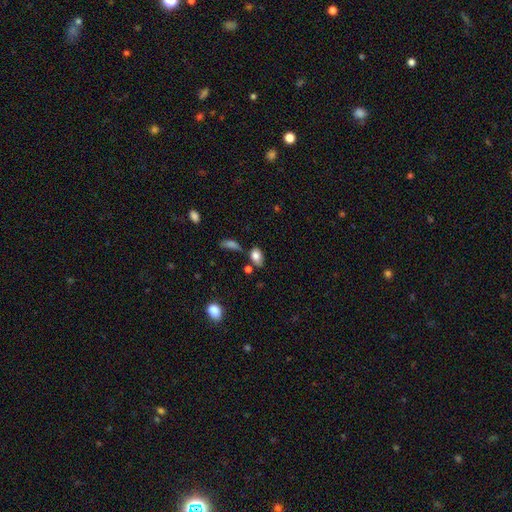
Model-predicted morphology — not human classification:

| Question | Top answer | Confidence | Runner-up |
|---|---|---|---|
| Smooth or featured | smooth | 80% | featured or disk (11%) |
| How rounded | in between | 83% | round (15%) |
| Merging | none | 59% | minor disturbance (22%) |